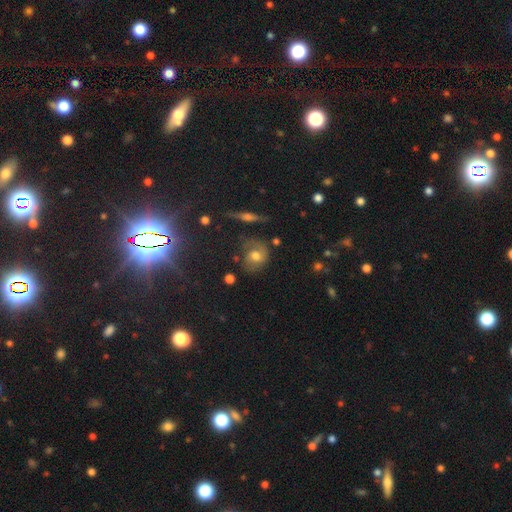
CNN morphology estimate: A featured or disk galaxy (44%, tied with smooth).

Vote fractions:
- Smooth or featured? featured or disk: 44% (tied) / smooth: 44% (tied) / star or artifact: 12%
- Merging? none: 57% / minor disturbance: 24% / major disturbance: 13% / merger: 5%